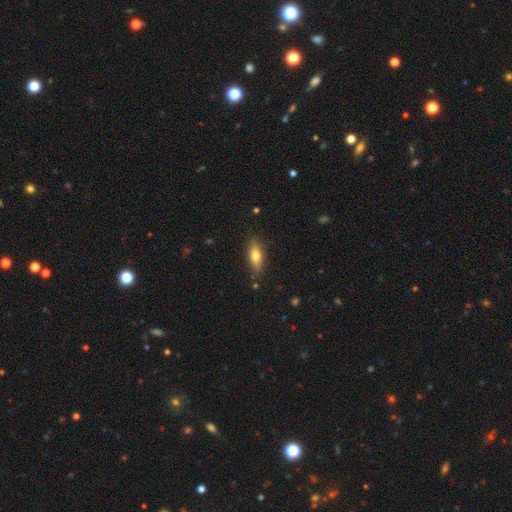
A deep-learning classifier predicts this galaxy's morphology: The model was most divided on "how rounded": in between: 67%, cigar-shaped: 30%, round: 3%. More confident: merging — none (83%); smooth or featured — smooth (72%).